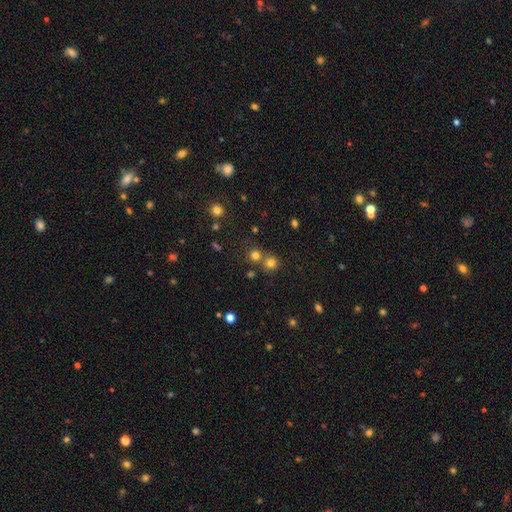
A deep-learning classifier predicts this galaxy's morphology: smooth-or-featured: smooth: 72% | star or artifact: 21% | featured or disk: 7%
  how-rounded: round: 91% | in between: 8% | cigar-shaped: 1%
  merging: none: 66% | merger: 25% | minor disturbance: 7% | major disturbance: 3%